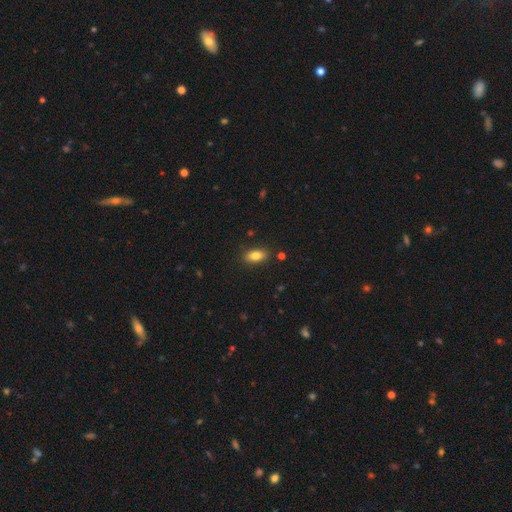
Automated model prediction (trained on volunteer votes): The model was most divided on "smooth or featured": smooth: 82%, featured or disk: 10%, star or artifact: 8%. More confident: how rounded — in between (87%); merging — none (86%).